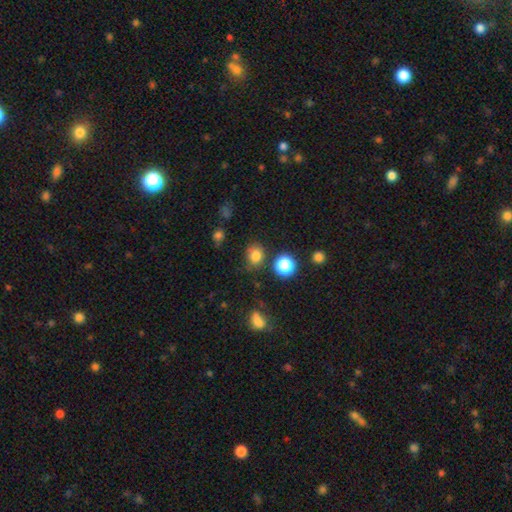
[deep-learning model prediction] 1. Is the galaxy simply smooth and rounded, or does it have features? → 78% smooth, 16% star or artifact, 6% featured or disk.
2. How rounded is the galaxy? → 59% round, 40% in between, 1% cigar-shaped.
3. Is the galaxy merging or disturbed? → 74% none, 16% minor disturbance, 5% merger, 5% major disturbance.